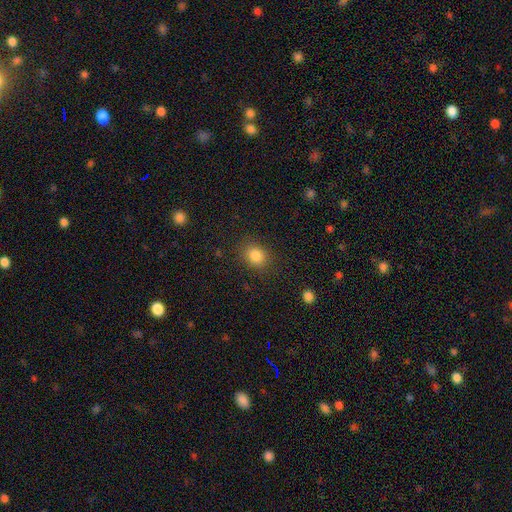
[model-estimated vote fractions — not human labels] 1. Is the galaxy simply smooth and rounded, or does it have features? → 84% smooth, 11% star or artifact, 5% featured or disk.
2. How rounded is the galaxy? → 64% round, 35% in between, 1% cigar-shaped.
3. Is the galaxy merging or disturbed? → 85% none, 10% minor disturbance, 4% major disturbance, 1% merger.